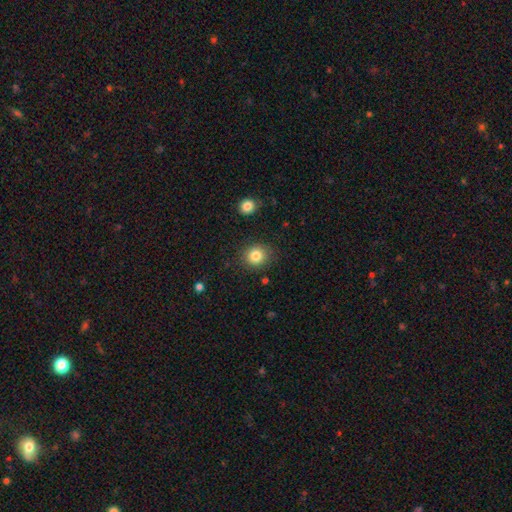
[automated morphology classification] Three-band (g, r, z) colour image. It shows a smooth galaxy with no disk features (84%) that is round (83%). Merging: none (86%).